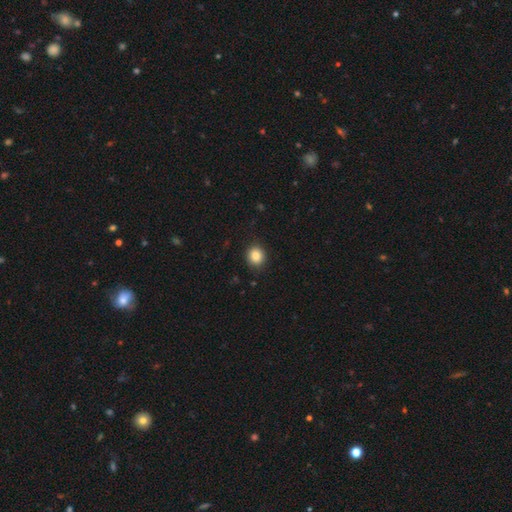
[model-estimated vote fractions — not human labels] A smooth galaxy with no disk features (84%) that is round (86%). Merging: none (89%).